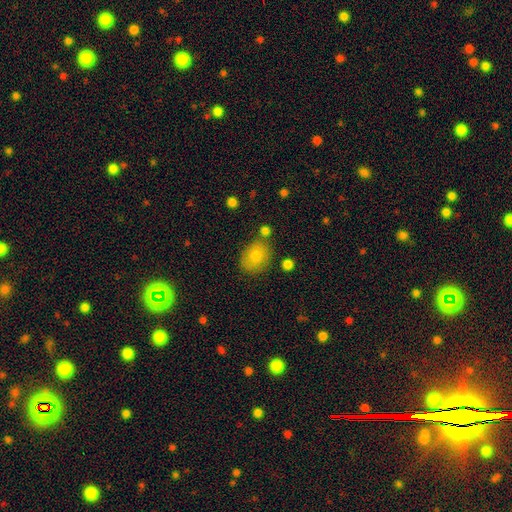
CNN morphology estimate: Smooth or featured? smooth (77%)
How rounded? in between (53%)
Merging? none (74%)